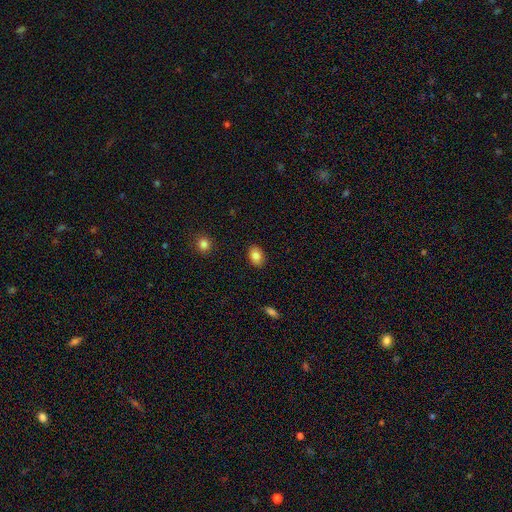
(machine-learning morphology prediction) smooth-or-featured: smooth: 85% | star or artifact: 8% | featured or disk: 7%
  how-rounded: in between: 79% | round: 20% | cigar-shaped: 1%
  merging: none: 88% | minor disturbance: 8% | major disturbance: 2% | merger: 1%